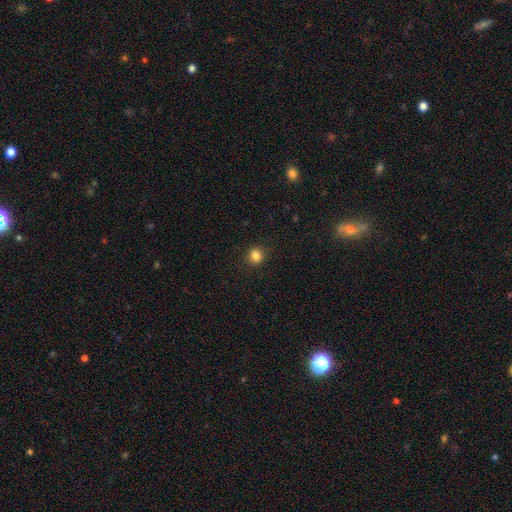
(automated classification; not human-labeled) A smooth galaxy with no disk features (84%) that is round (87%).

Vote fractions:
- Smooth or featured? smooth: 84% / star or artifact: 12% / featured or disk: 4%
- How rounded? round: 87% / in between: 12% / cigar-shaped: 1%
- Merging? none: 91% / minor disturbance: 6% / major disturbance: 2% / merger: 1%